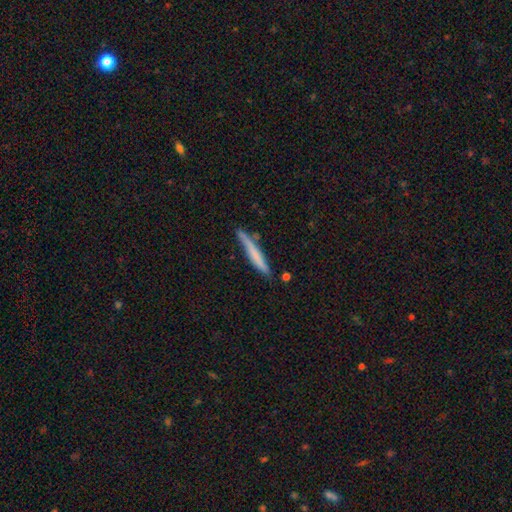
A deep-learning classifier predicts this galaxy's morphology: type=smooth (64%); roundness=cigar-shaped (95%); merging=none (75%).